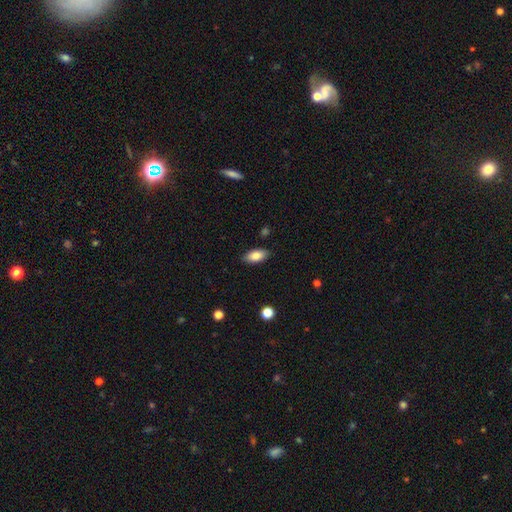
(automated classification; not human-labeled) Overall: smooth (84%). How rounded: in between (91%). Merging: none (87%).